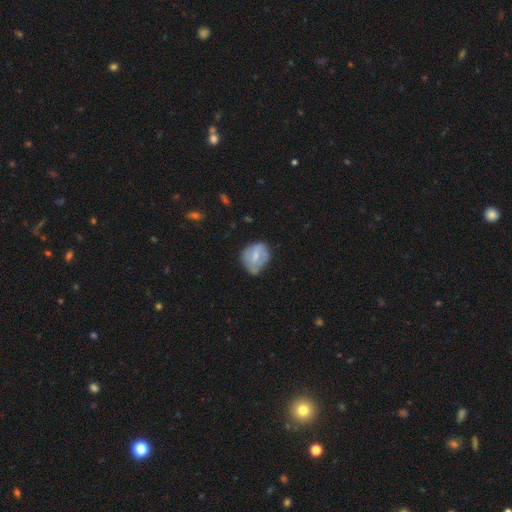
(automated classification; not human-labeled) Smooth or featured: smooth — 52% (featured or disk — 40%)
How rounded: round — 56% (in between — 43%)
Merging: none — 46% (minor disturbance — 36%)